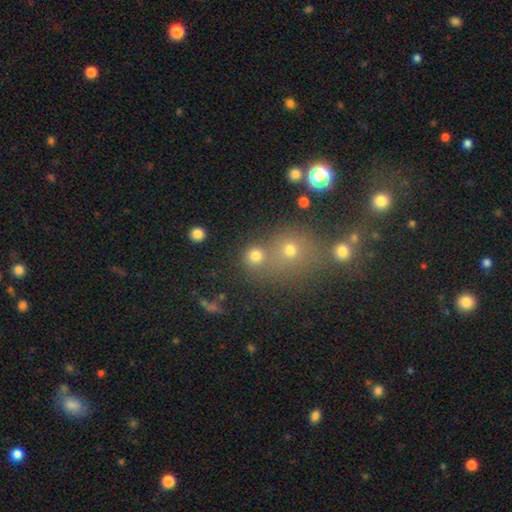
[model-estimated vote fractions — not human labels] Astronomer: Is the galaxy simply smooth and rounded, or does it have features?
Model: smooth — 76%.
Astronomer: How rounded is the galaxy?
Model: round — 87%.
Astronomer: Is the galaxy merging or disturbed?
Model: none — 60%.